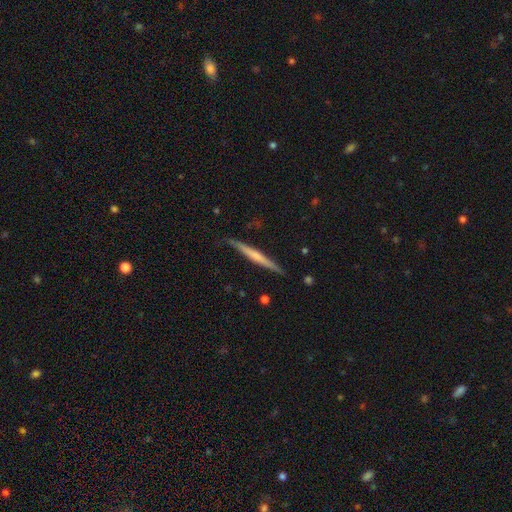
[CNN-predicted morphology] This appears to be a featured or disk galaxy (55%) viewed edge-on (97%) with no central bulge (59%). Merging: none (86%).